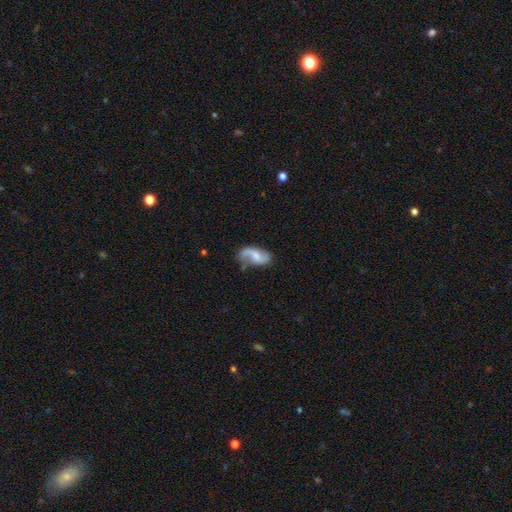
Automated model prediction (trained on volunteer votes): Q: Smooth or featured?
A: featured or disk (70%); runner-up: smooth (23%)
Q: Edge-on disk?
A: no (97%); runner-up: yes (3%)
Q: Bar?
A: no (45%); runner-up: weak (43%)
Q: Spiral arms?
A: yes (91%); runner-up: no (9%)
Q: Spiral winding?
A: loose (67%); runner-up: medium (26%)
Q: Spiral arm count?
A: 2 (79%); runner-up: 1 (14%)
Q: Bulge size?
A: small (41%); runner-up: moderate (40%)
Q: Merging?
A: none (56%); runner-up: minor disturbance (26%)